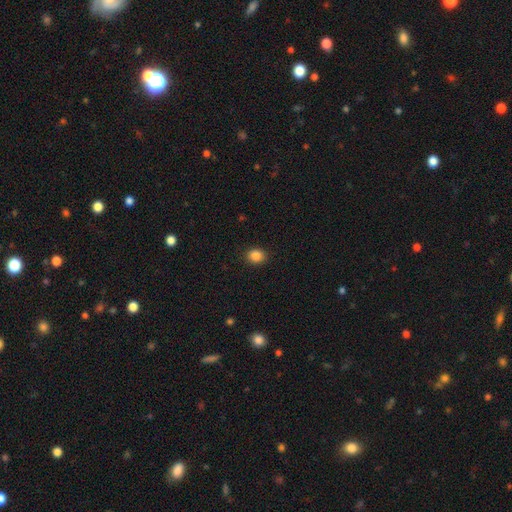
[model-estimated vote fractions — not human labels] smooth 86%, star or artifact 10%, featured or disk 4%. Down the decision tree: how rounded — round (65%); merging — none (90%).